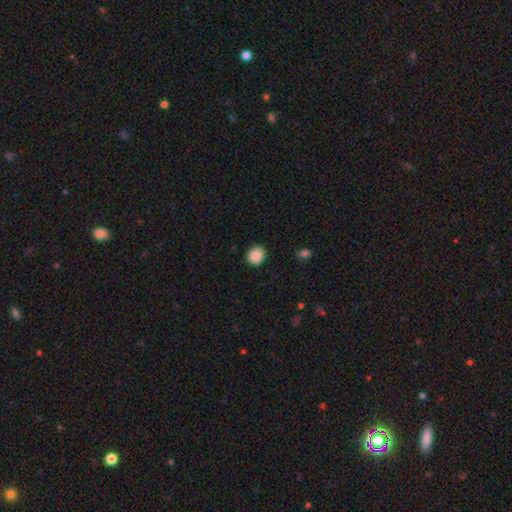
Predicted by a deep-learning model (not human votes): A smooth galaxy with no disk features (86%) that is round (75%). Merging: none (84%).